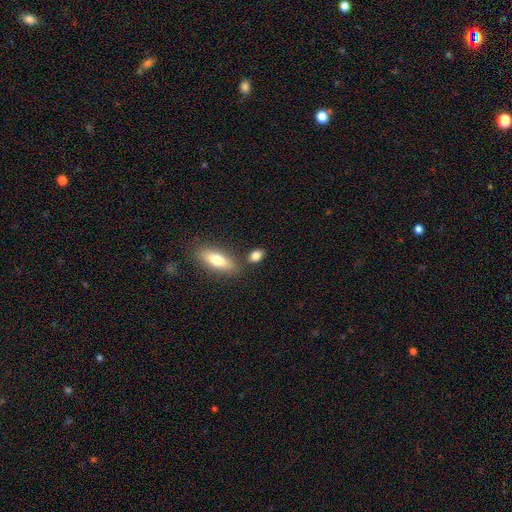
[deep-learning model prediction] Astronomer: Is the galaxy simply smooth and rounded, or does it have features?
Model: smooth — 82%.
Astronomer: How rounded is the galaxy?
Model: in between — 77%.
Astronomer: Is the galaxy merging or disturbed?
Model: none — 73%.